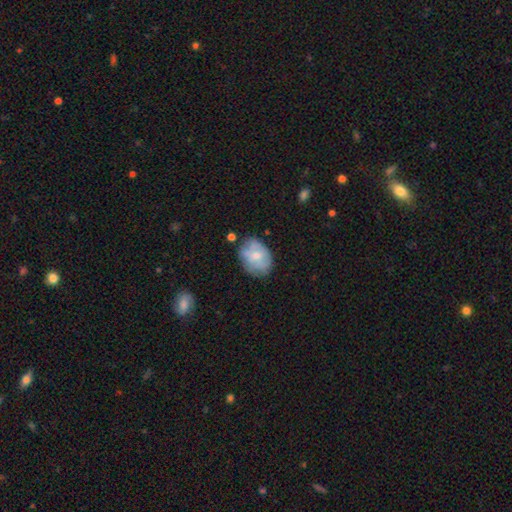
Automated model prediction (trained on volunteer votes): Morphology: type=smooth (57%); roundness=in between (68%); merging=none (60%).